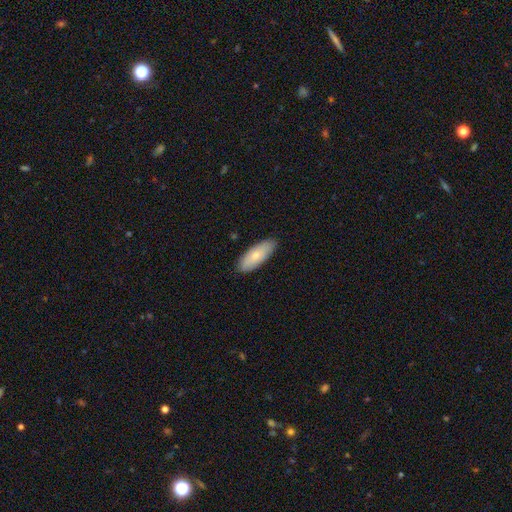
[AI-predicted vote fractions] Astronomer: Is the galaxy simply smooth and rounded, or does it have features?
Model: smooth — 74%.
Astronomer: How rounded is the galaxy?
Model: in between — 75%.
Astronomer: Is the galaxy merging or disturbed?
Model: none — 87%.